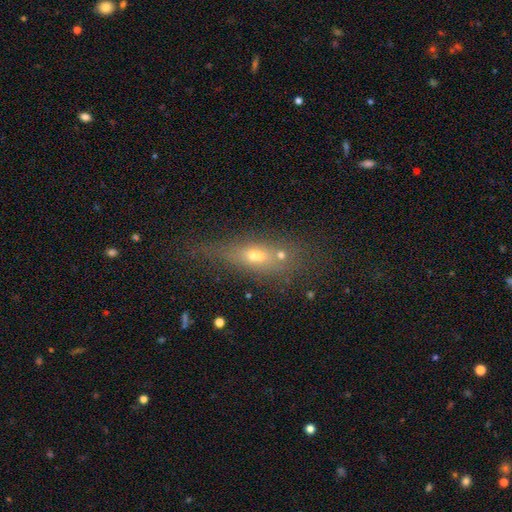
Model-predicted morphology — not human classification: Overall: smooth (44%; featured or disk 35%). Merging: none (50%; merger 26%).